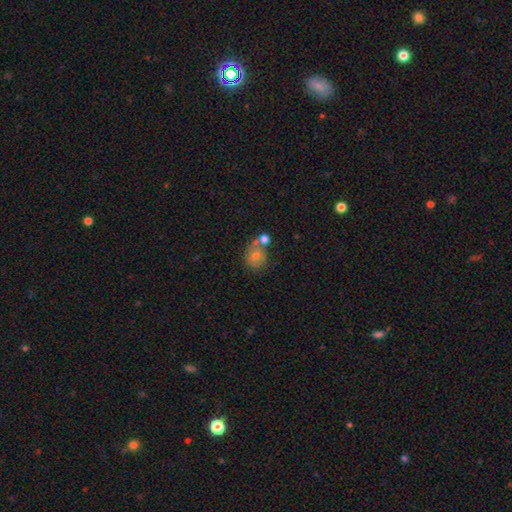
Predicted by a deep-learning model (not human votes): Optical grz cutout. It shows a smooth galaxy with no disk features (53%) that is round (57%). Merging: none (44%).